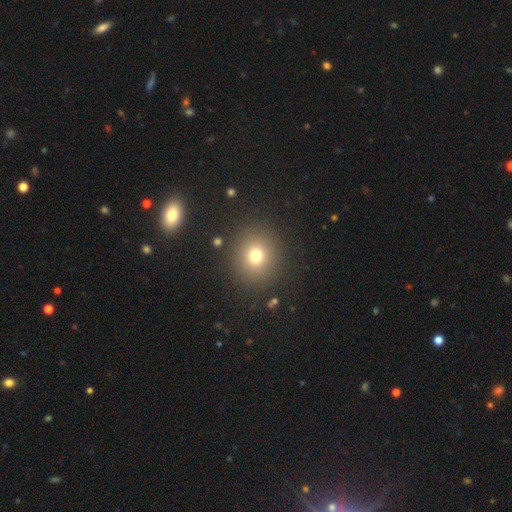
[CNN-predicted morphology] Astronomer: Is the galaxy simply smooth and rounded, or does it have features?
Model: smooth — 73%.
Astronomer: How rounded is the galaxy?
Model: round — 89%.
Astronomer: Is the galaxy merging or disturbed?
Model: none — 89%.